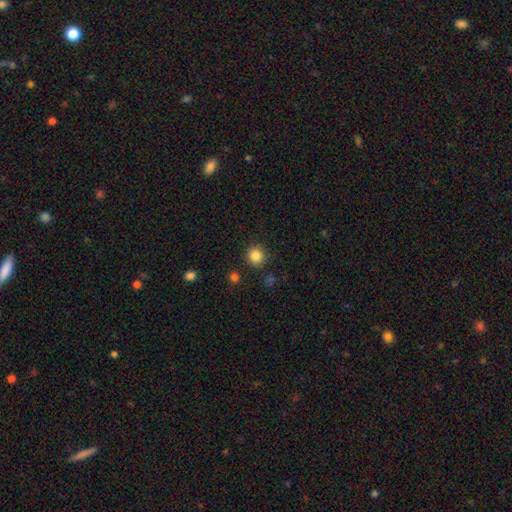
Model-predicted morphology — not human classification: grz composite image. It shows a smooth galaxy with no disk features (84%) that is round (92%). Merging: none (89%).